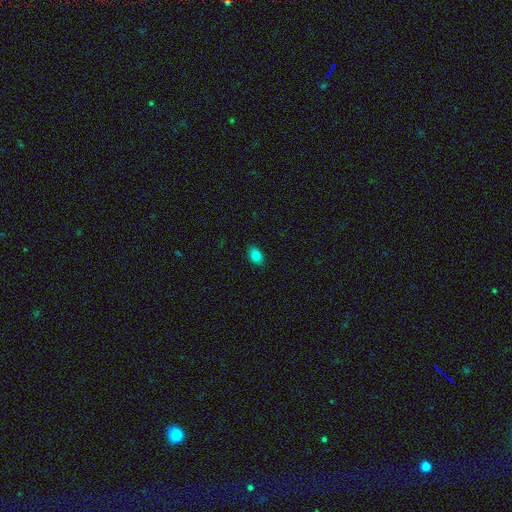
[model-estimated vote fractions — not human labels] Morphology: type=smooth (82%); roundness=in between (85%); merging=none (87%).